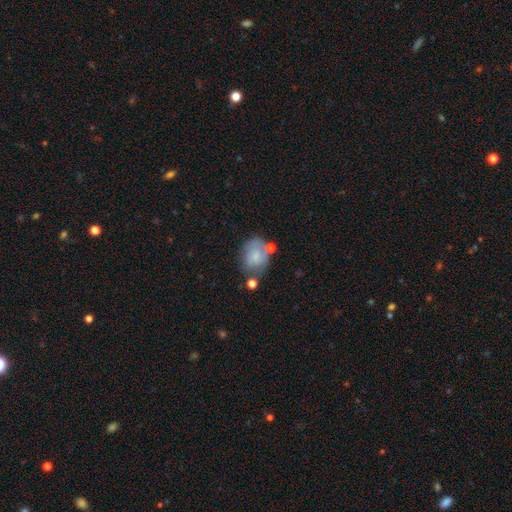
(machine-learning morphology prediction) type=smooth (62%); roundness=in between (54%); merging=none (46%).